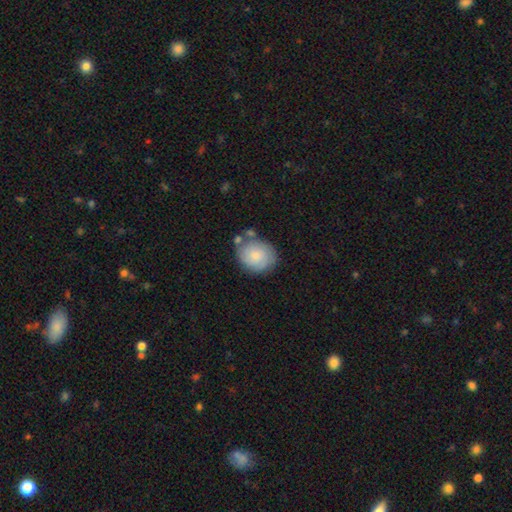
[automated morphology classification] This appears to be a smooth galaxy with no disk features (65%) that is round (56%). Merging: none (62%).